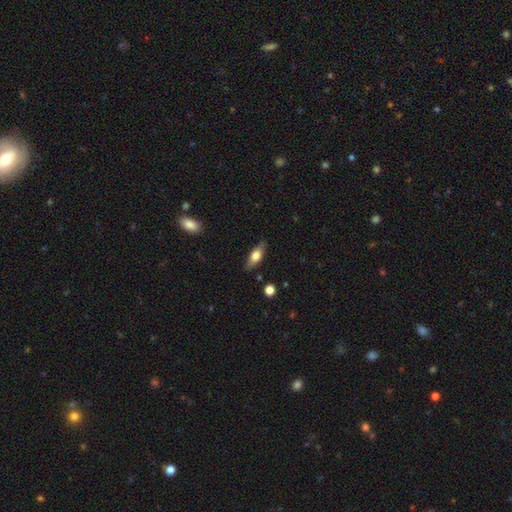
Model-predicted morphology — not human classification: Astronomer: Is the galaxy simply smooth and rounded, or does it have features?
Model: smooth — 66%.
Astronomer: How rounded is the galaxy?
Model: in between — 69%.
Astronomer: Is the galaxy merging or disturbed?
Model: none — 83%.